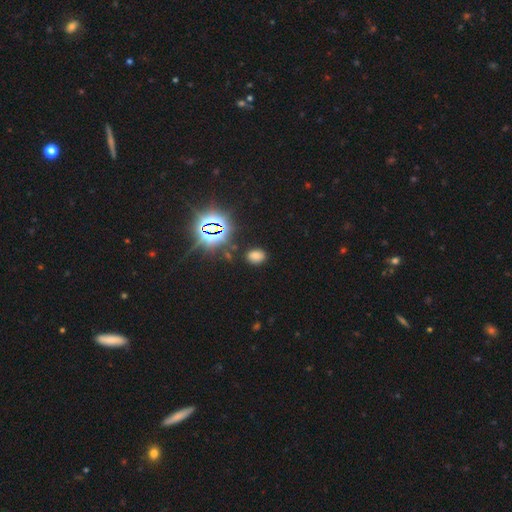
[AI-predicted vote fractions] Q: Smooth or featured?
A: smooth (65%); runner-up: star or artifact (28%)
Q: How rounded?
A: in between (70%); runner-up: round (28%)
Q: Merging?
A: none (83%); runner-up: minor disturbance (11%)